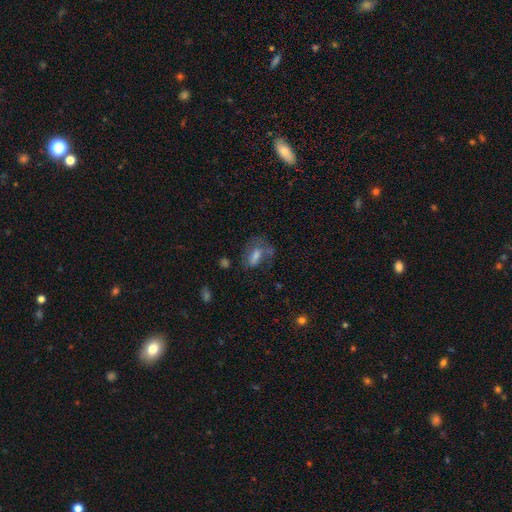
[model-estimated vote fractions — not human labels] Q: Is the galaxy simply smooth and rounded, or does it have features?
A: smooth — 45%.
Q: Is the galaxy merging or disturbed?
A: none — 43%.